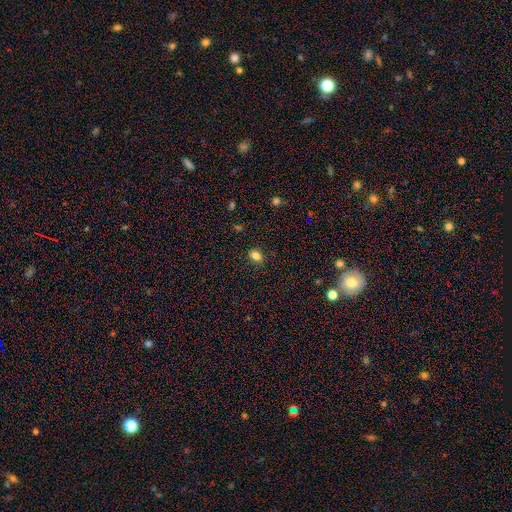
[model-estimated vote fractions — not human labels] smooth 82%, star or artifact 12%, featured or disk 6%. Down the decision tree: how rounded — round (51%); merging — none (88%).